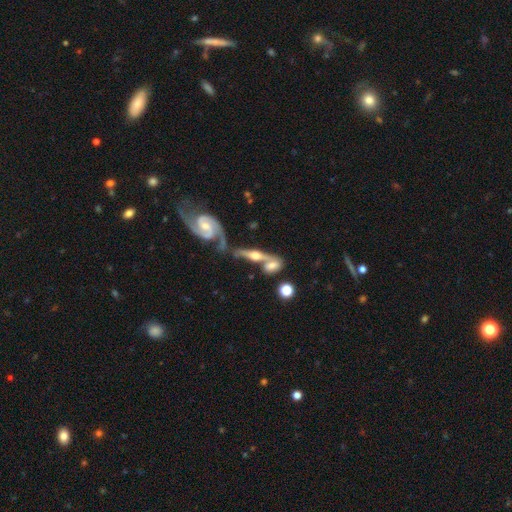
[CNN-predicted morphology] Q: Smooth or featured?
A: featured or disk (73%); runner-up: smooth (20%)
Q: Edge-on disk?
A: yes (59%); runner-up: no (41%)
Q: Merging?
A: merger (47%); runner-up: none (33%)